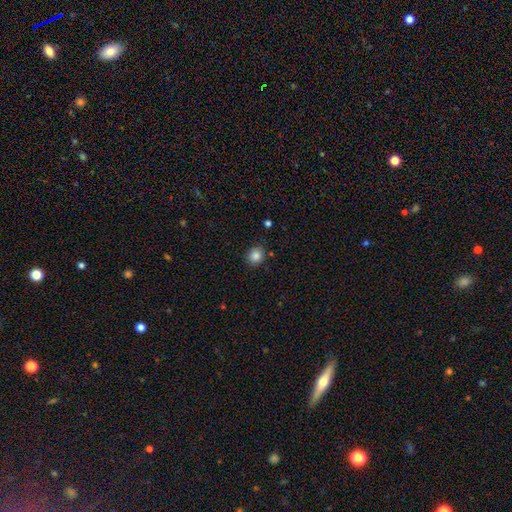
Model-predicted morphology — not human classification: Smooth or featured? smooth (85%)
How rounded? round (78%)
Merging? none (85%)